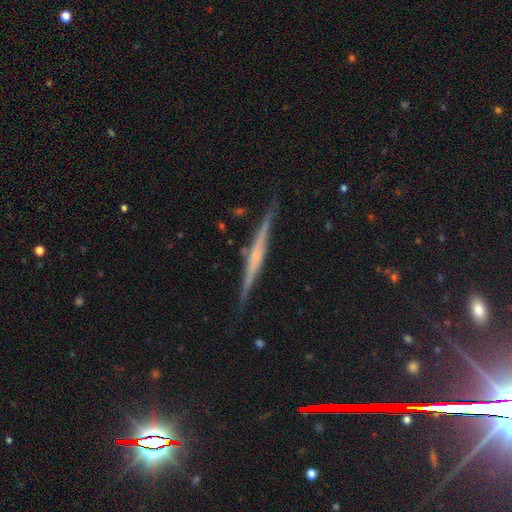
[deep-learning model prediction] Overall: featured or disk (74%). Edge-on disk: yes (98%). Edge-on bulge: none (41%; rounded 36%). Merging: none (88%).